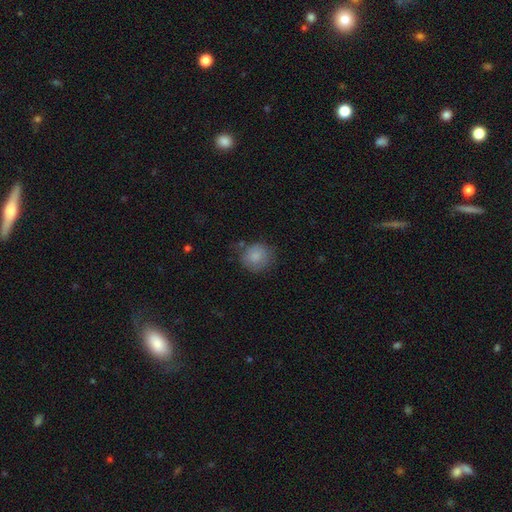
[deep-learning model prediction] smooth_or_featured: smooth (p=0.84) [alt: featured or disk p=0.09]
how_rounded: round (p=0.86) [alt: in between p=0.14]
merging: none (p=0.71) [alt: minor disturbance p=0.19]